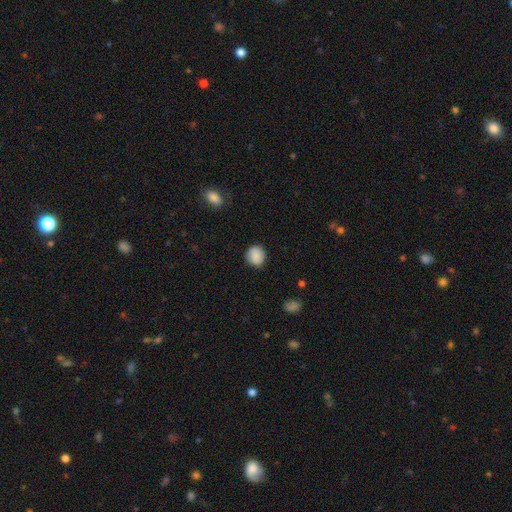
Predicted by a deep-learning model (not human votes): Smooth or featured: smooth — 88% (star or artifact — 8%)
How rounded: round — 83% (in between — 16%)
Merging: none — 87% (minor disturbance — 10%)